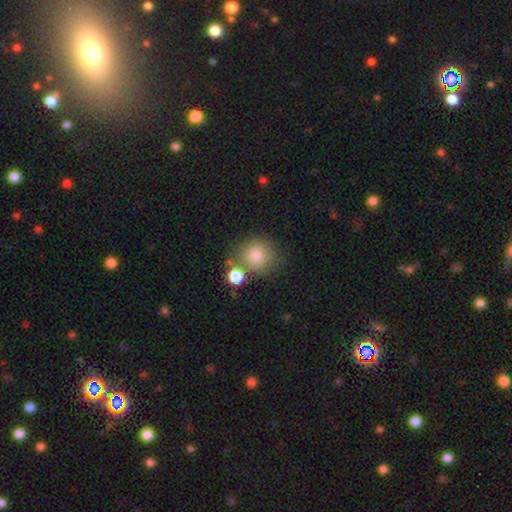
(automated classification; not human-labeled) The model was most divided on "merging": none: 67%, merger: 17%, minor disturbance: 12%, major disturbance: 4%. More confident: how rounded — round (89%); smooth or featured — smooth (82%).